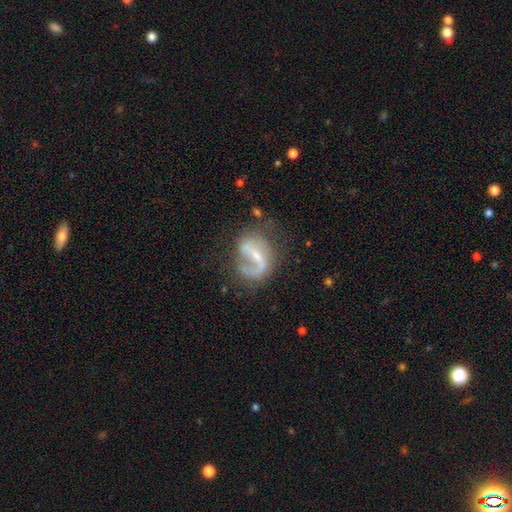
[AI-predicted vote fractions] This is clearly a featured or disk galaxy (80%). It is clearly not viewed edge-on (97%). Bar: marginally weak (44%). Spiral arm pattern: clearly yes (85%). Spiral arm count: possibly 2 (47%). Spiral winding: possibly loose (48%). Central bulge: possibly small (58%). Merging: possibly none (49%).